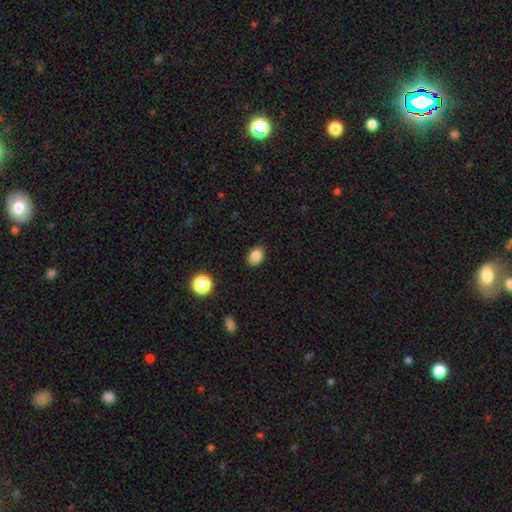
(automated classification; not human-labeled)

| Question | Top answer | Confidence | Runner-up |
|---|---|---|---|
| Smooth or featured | smooth | 85% | star or artifact (10%) |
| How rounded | in between | 69% | round (30%) |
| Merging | none | 88% | minor disturbance (9%) |